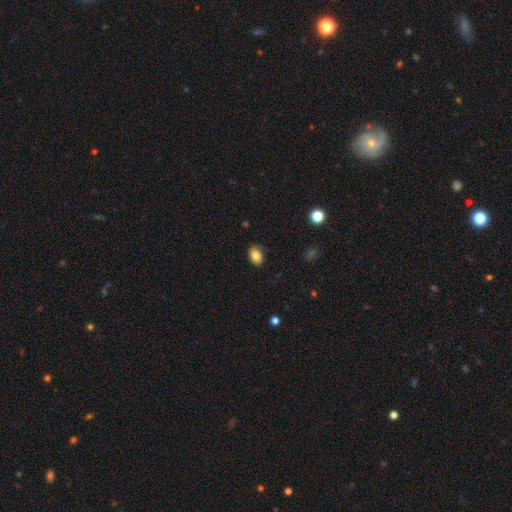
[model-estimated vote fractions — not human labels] This is clearly a smooth galaxy (85%). How rounded: likely in between (77%). Merging: clearly none (84%).